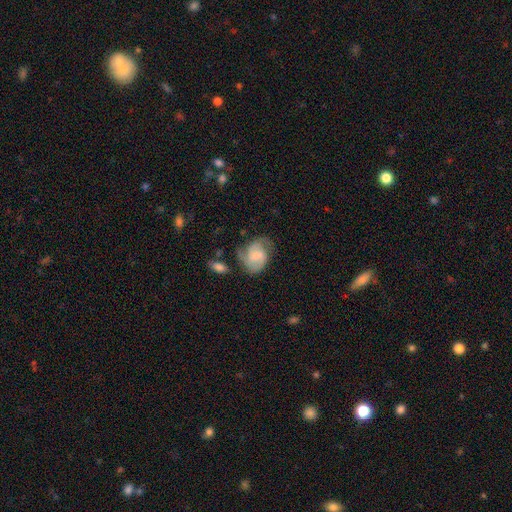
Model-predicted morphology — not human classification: A featured or disk galaxy (63%) with no bar (47%), 2 (68%) medium (48%) spiral arms (91%) and no central bulge (41%). Merging: none (57%).